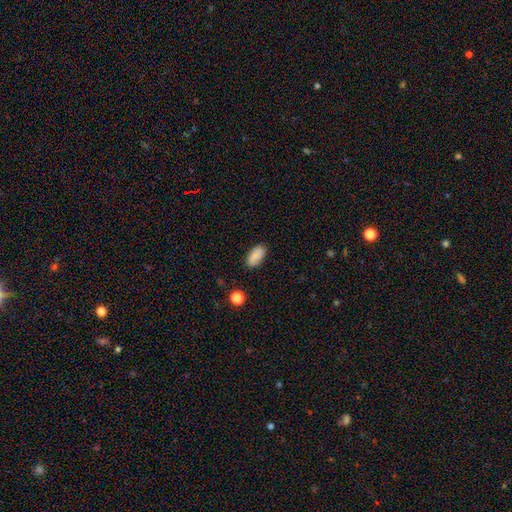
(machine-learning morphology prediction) Overall: smooth (82%). How rounded: in between (93%). Merging: none (82%).